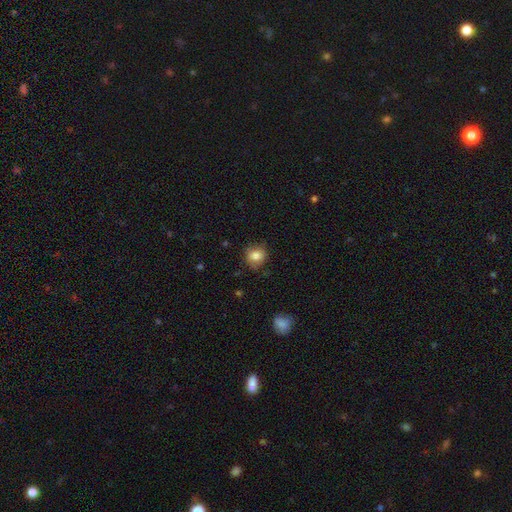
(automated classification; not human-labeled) Smooth or featured? smooth (82%)
How rounded? round (72%)
Merging? none (76%)